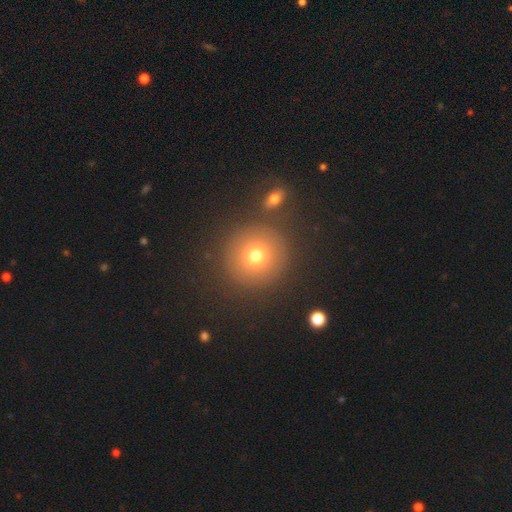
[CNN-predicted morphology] Smooth or featured?
  - smooth: 73% *
  - star or artifact: 16%
  - featured or disk: 12%
How rounded?
  - round: 93% *
  - in between: 6%
  - cigar-shaped: 1%
Merging?
  - none: 82% *
  - minor disturbance: 7%
  - merger: 6%
  - major disturbance: 4%